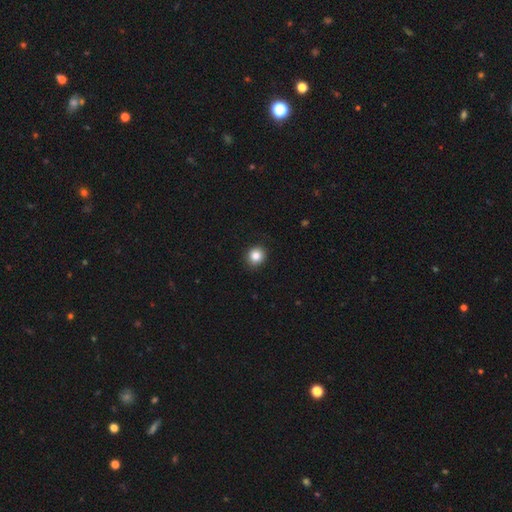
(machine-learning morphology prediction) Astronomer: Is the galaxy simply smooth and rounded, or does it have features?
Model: smooth — 85%.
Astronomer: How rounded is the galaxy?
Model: round — 88%.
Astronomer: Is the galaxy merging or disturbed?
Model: none — 90%.